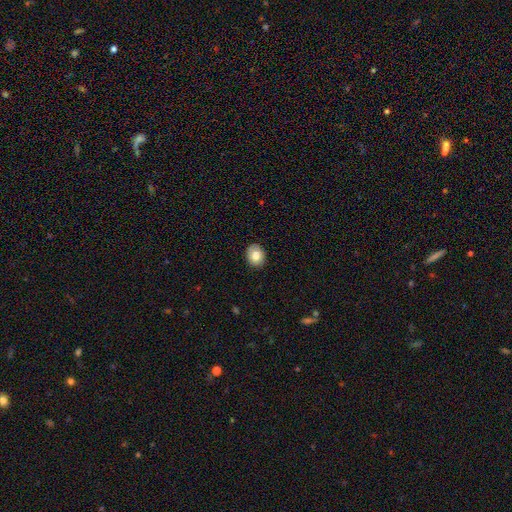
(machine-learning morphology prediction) A smooth galaxy with no disk features (79%) that is round (59%). Merging: none (89%).